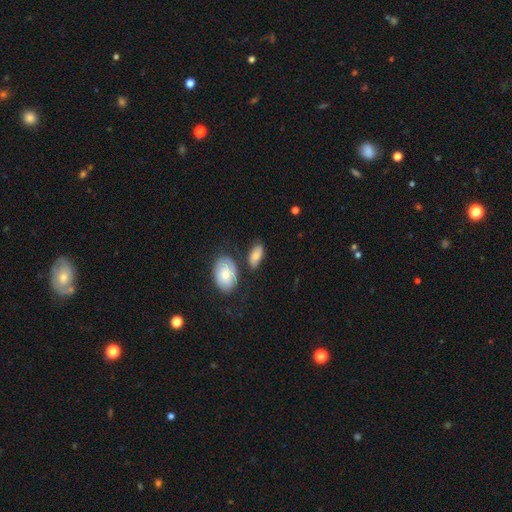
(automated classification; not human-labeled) Overall: smooth (68%). How rounded: in between (90%). Merging: none (65%).